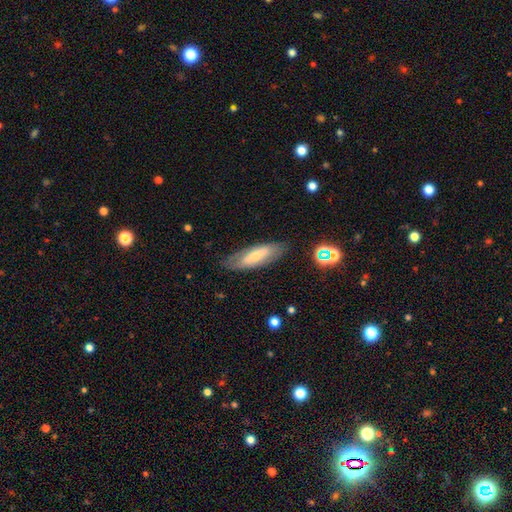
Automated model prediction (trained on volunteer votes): Morphology: type=smooth (57%); roundness=in between (57%); merging=none (76%).